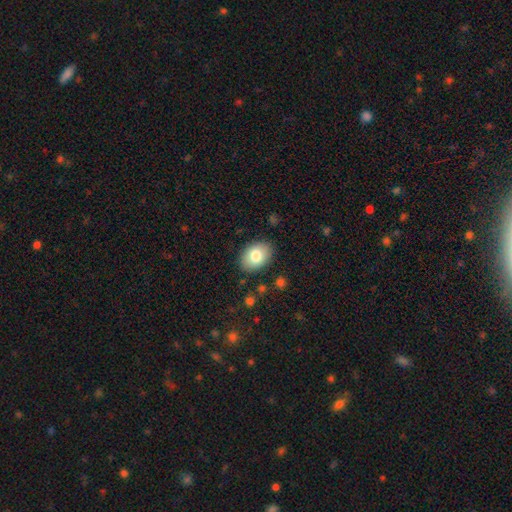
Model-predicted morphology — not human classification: Smooth or featured? Predicted: smooth (p=0.81). How rounded? Predicted: in between (p=0.80). Merging? Predicted: none (p=0.86).